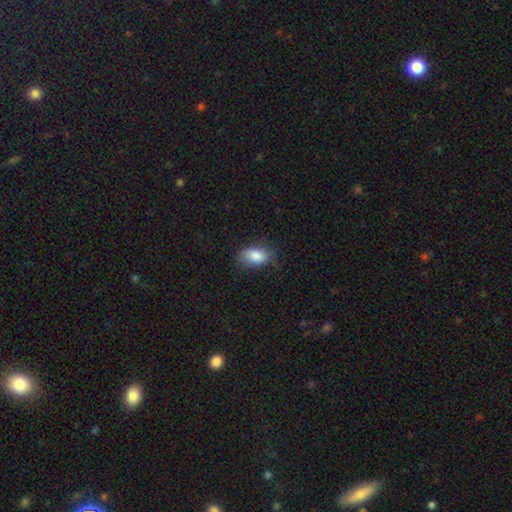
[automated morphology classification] Smooth or featured? Predicted: smooth (p=0.85). How rounded? Predicted: in between (p=0.88). Merging? Predicted: none (p=0.67).